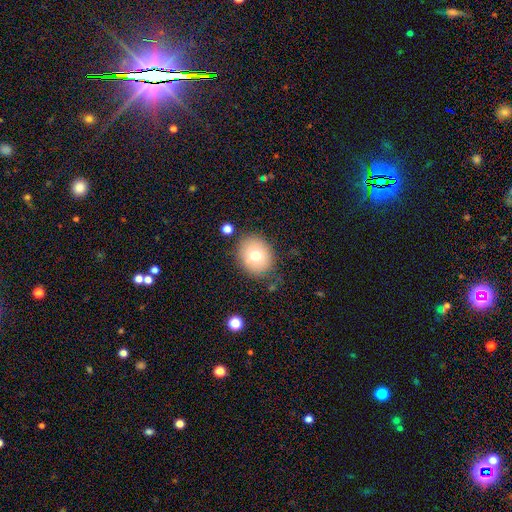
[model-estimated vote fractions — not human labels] Smooth or featured: smooth — 72% (featured or disk — 17%)
How rounded: round — 64% (in between — 35%)
Merging: none — 80% (minor disturbance — 12%)